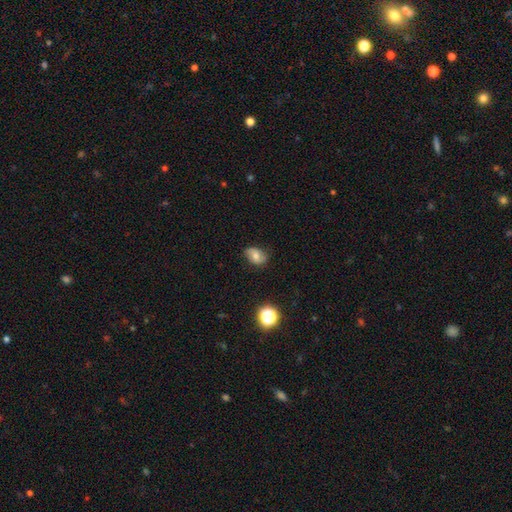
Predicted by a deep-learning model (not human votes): A smooth galaxy with no disk features (63%) that is in between round and cigar-shaped (71%). Merging: none (74%).